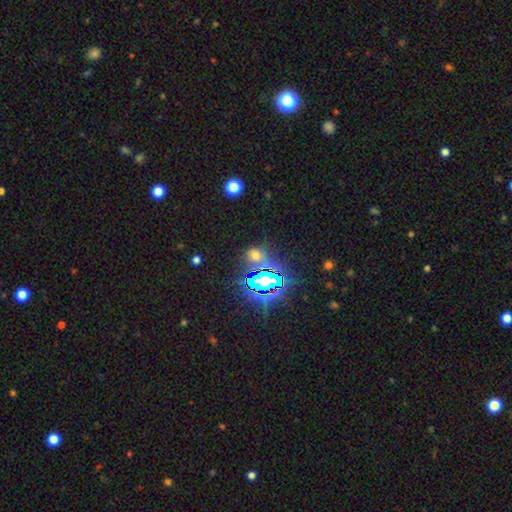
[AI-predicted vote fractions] smooth_or_featured: star or artifact (p=0.51) [alt: smooth p=0.41]